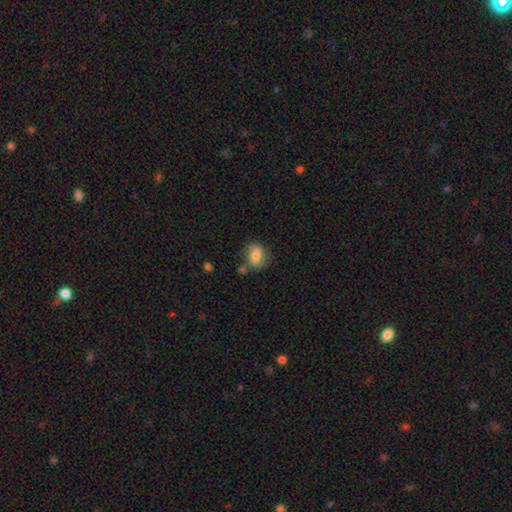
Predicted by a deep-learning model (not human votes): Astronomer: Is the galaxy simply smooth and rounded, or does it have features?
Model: smooth — 62%.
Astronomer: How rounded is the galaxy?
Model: in between — 60% (runner-up: round, 38%).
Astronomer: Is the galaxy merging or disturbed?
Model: none — 59%.